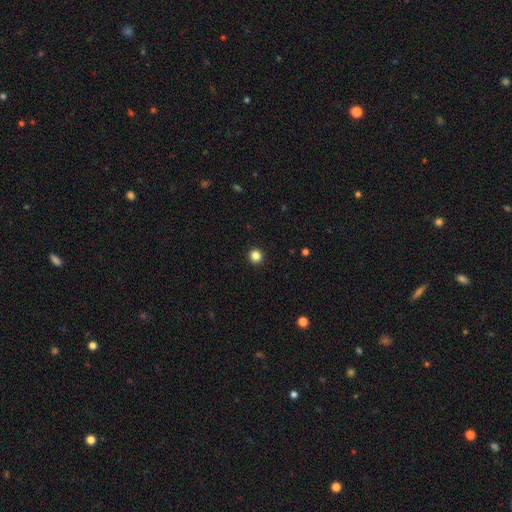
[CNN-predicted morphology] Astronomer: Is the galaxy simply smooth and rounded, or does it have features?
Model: smooth — 85%.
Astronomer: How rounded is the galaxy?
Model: round — 93%.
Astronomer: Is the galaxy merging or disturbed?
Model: none — 93%.